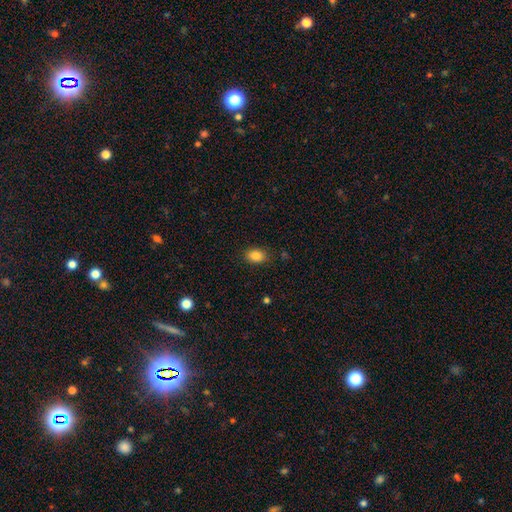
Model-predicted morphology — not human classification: smooth 86%, star or artifact 9%, featured or disk 5%. Down the decision tree: how rounded — in between (80%); merging — none (84%).